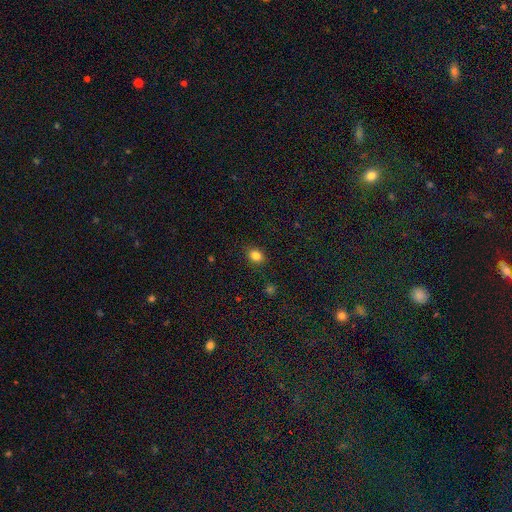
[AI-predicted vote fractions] This appears to be a smooth galaxy with no disk features (83%) that is in between round and cigar-shaped (59%). Merging: none (86%).